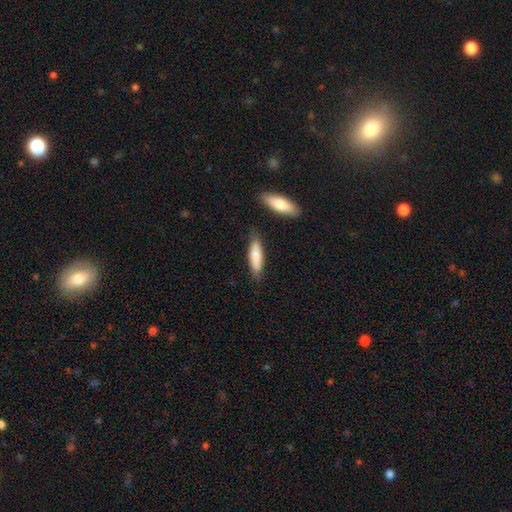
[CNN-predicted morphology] type=smooth (80%); roundness=cigar-shaped (65%); merging=none (76%).